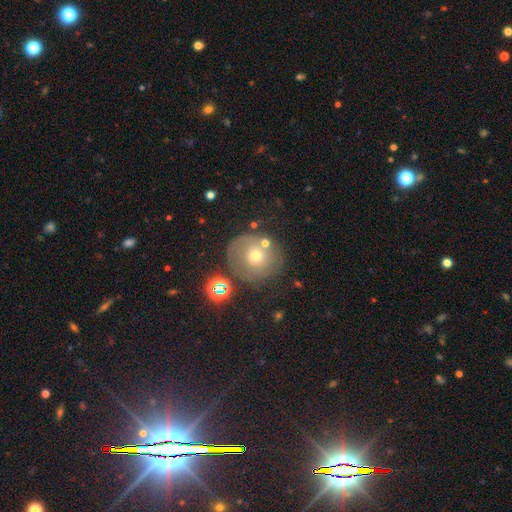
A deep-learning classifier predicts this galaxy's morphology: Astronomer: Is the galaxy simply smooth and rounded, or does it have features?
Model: smooth — 52% (runner-up: featured or disk, 33%).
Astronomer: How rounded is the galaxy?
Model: round — 91%.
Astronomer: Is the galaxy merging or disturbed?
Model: none — 68%.